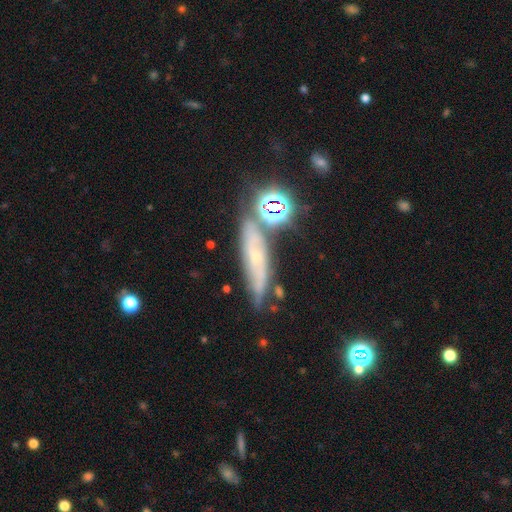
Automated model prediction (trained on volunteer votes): This is possibly a featured or disk galaxy (56%). It is possibly not viewed edge-on (54%). Merging: likely none (64%).